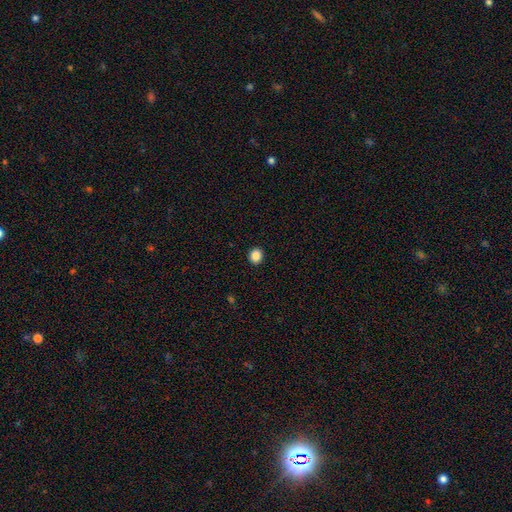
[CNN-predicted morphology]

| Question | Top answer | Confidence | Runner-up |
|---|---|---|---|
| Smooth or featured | smooth | 87% | star or artifact (10%) |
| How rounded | round | 79% | in between (21%) |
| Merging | none | 92% | minor disturbance (5%) |